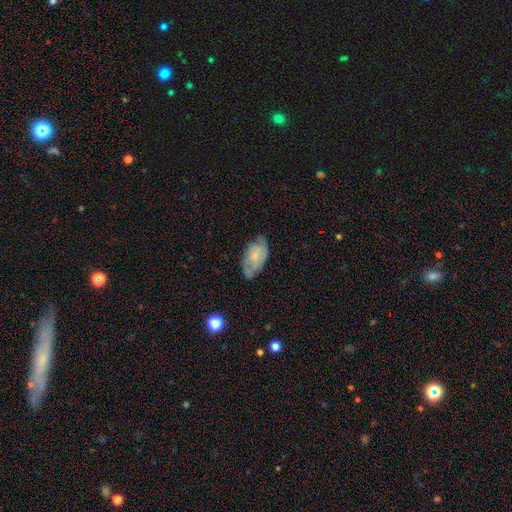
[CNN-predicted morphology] featured or disk 48%, smooth 45%, star or artifact 7%. Down the decision tree: merging — none (60%).